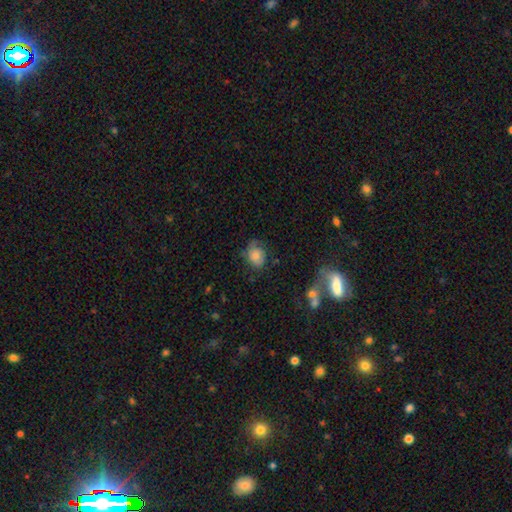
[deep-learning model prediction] This is likely a smooth galaxy (76%). How rounded: likely in between (60%). Merging: possibly none (58%).